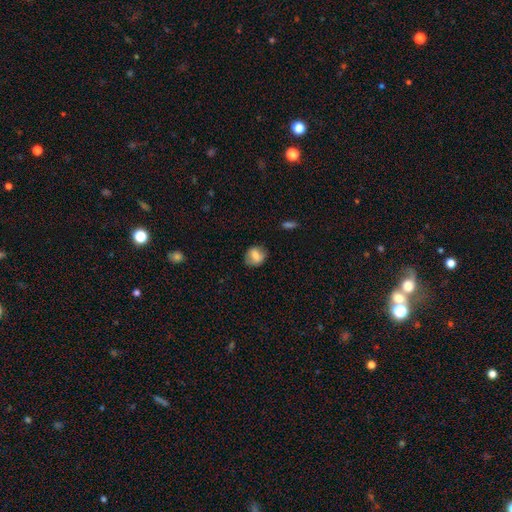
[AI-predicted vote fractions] Morphology: type=smooth (72%); roundness=round (61%); merging=none (76%).